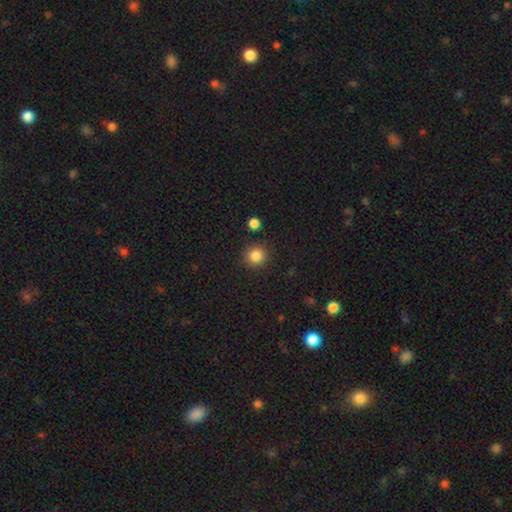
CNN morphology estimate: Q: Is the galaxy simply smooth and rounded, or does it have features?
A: smooth — 85%.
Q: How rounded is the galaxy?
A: round — 93%.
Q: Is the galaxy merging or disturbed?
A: none — 89%.